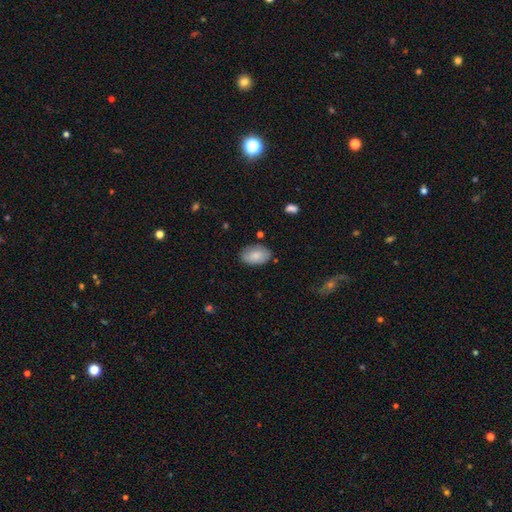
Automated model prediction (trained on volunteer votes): Q: Smooth or featured?
A: smooth (80%); runner-up: featured or disk (14%)
Q: How rounded?
A: in between (91%); runner-up: round (7%)
Q: Merging?
A: none (79%); runner-up: minor disturbance (16%)